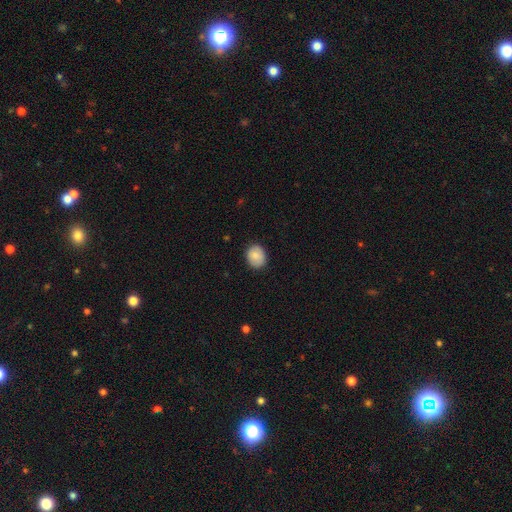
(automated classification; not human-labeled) This is clearly a smooth galaxy (85%). How rounded: possibly in between (50%). Merging: clearly none (85%).